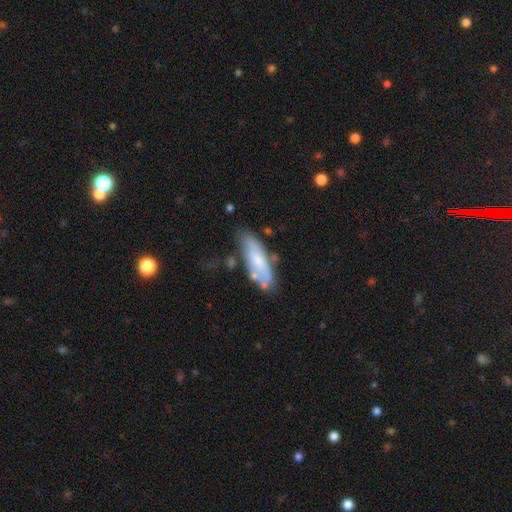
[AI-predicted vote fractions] Q: Smooth or featured?
A: smooth (46%); runner-up: featured or disk (44%)
Q: Merging?
A: none (63%); runner-up: minor disturbance (24%)